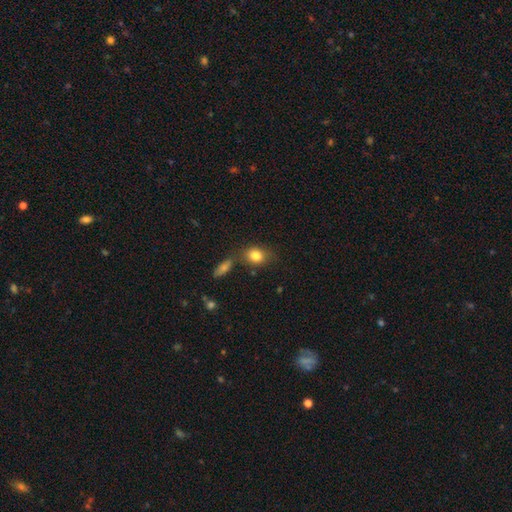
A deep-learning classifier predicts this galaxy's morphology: type=smooth (83%); roundness=in between (50%); merging=none (68%).